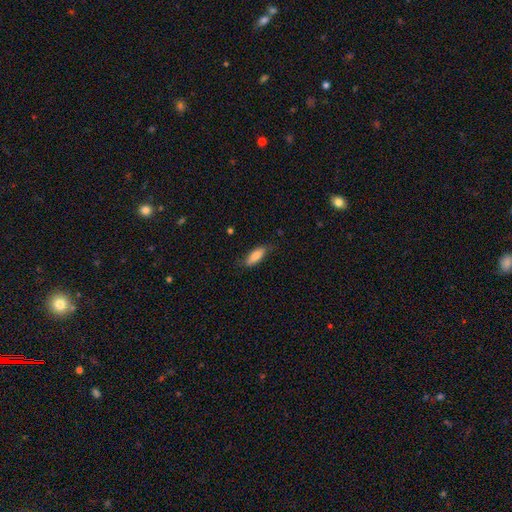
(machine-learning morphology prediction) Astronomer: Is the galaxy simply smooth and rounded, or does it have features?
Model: smooth — 79%.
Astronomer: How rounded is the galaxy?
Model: in between — 69%.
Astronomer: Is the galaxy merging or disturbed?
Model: none — 75%.